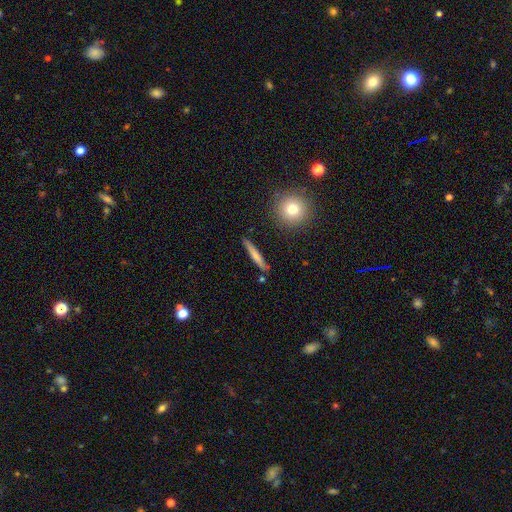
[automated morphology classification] type=smooth (61%); roundness=cigar-shaped (93%); merging=none (86%).